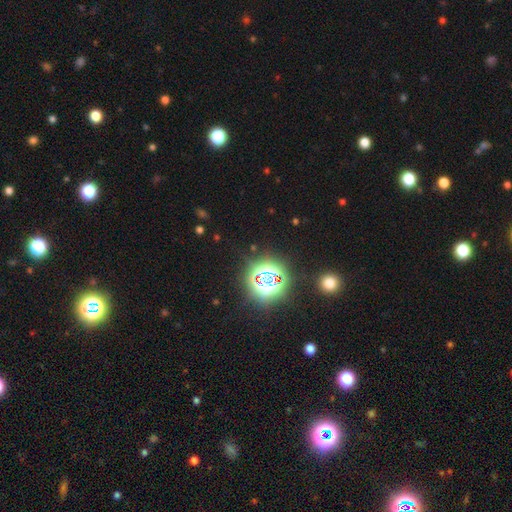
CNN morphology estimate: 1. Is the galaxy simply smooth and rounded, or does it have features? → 71% star or artifact, 22% smooth, 6% featured or disk.